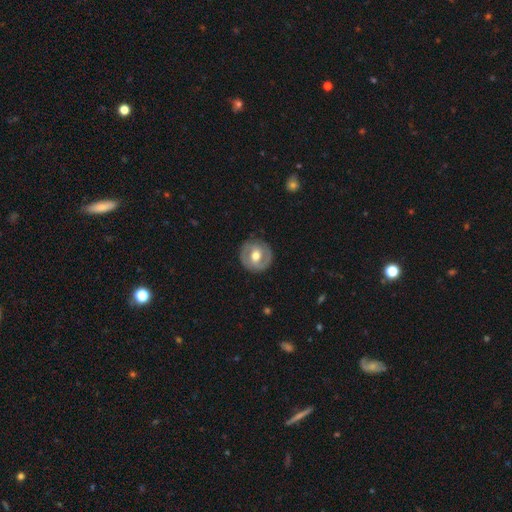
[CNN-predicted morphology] This is likely a featured or disk galaxy (61%). It is clearly not viewed edge-on (96%). Bar: marginally weak (44%). Spiral arm pattern: likely yes (63%). Central bulge: likely moderate (77%). Merging: clearly none (85%).